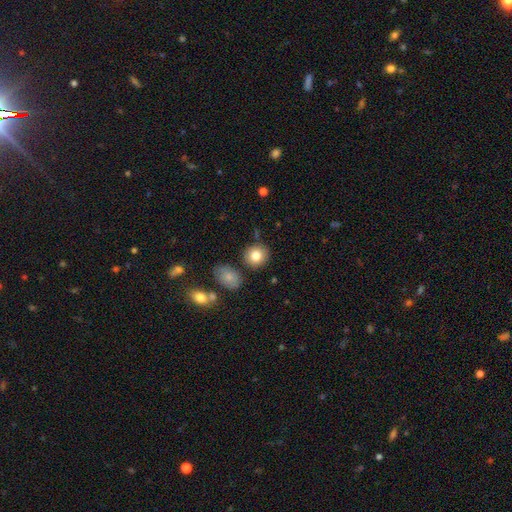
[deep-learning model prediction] smooth-or-featured: smooth: 81% | featured or disk: 10% | star or artifact: 9%
  how-rounded: round: 85% | in between: 14% | cigar-shaped: 1%
  merging: none: 83% | minor disturbance: 9% | merger: 5% | major disturbance: 3%